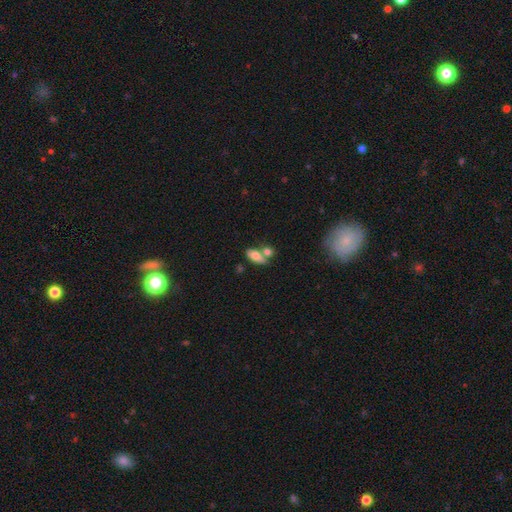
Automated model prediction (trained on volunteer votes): The model was most divided on "merging": none: 47%, merger: 37%, minor disturbance: 12%, major disturbance: 4%. More confident: how rounded — in between (84%); smooth or featured — smooth (73%).